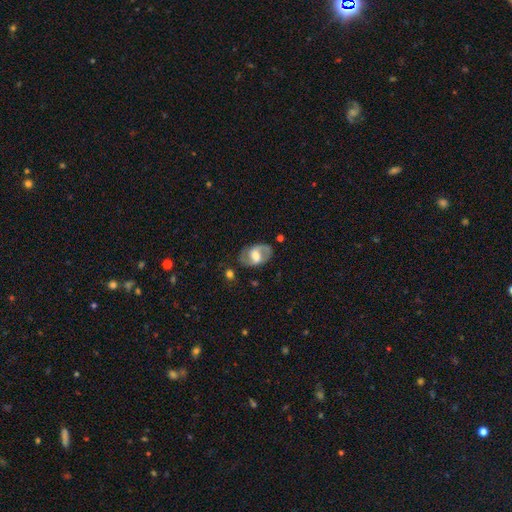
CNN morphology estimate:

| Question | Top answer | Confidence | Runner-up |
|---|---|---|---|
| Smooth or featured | featured or disk | 73% | smooth (21%) |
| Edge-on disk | no | 96% | yes (4%) |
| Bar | weak | 47% | no (28%) |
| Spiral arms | yes | 84% | no (16%) |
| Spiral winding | medium | 51% | loose (28%) |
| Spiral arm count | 2 | 88% | can't tell (6%) |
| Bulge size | moderate | 52% | large (29%) |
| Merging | none | 77% | minor disturbance (15%) |